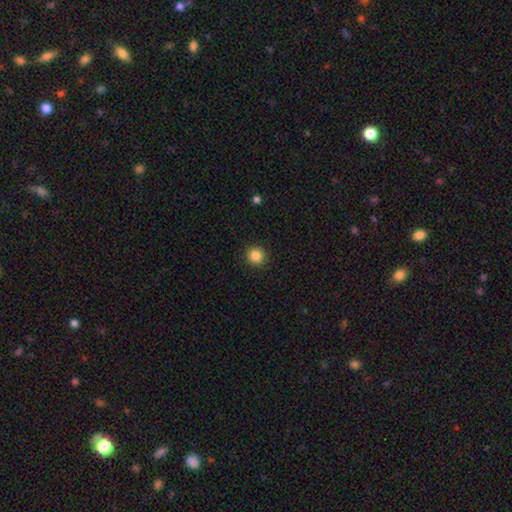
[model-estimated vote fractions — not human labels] A smooth galaxy with no disk features (85%) that is round (95%). Merging: none (92%).